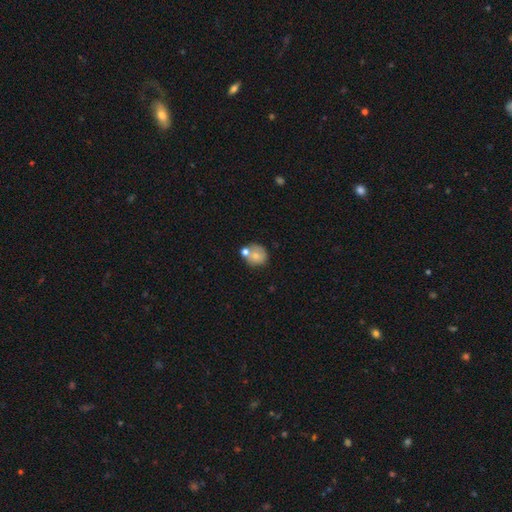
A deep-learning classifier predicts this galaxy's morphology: Overall: smooth (69%). How rounded: round (80%). Merging: none (49%; merger 31%).